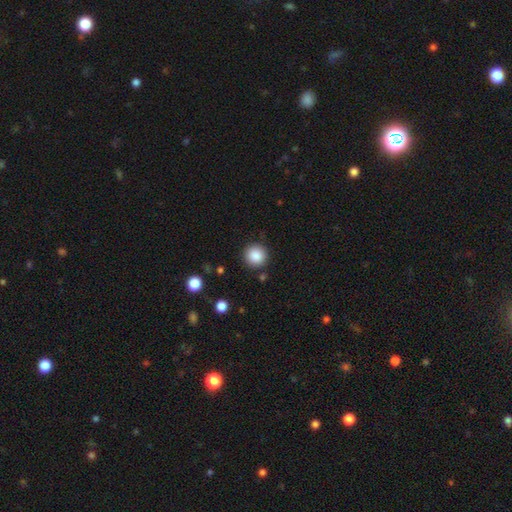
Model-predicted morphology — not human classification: Smooth or featured? Predicted: smooth (p=0.87). How rounded? Predicted: round (p=0.95). Merging? Predicted: none (p=0.90).